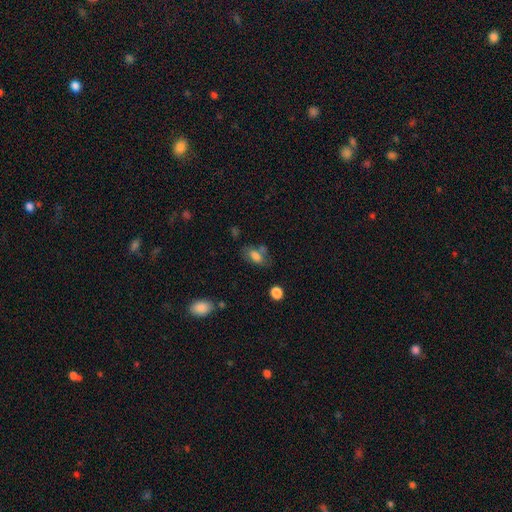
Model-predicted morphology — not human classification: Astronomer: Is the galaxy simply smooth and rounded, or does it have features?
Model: smooth — 75%.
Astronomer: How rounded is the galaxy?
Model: in between — 87%.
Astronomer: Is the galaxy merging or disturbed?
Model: none — 54%.